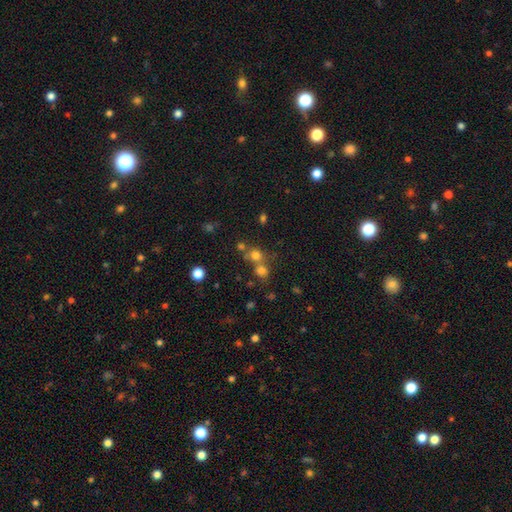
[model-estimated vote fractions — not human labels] Q: Smooth or featured?
A: smooth (69%); runner-up: star or artifact (21%)
Q: How rounded?
A: round (83%); runner-up: in between (16%)
Q: Merging?
A: none (48%); runner-up: merger (41%)